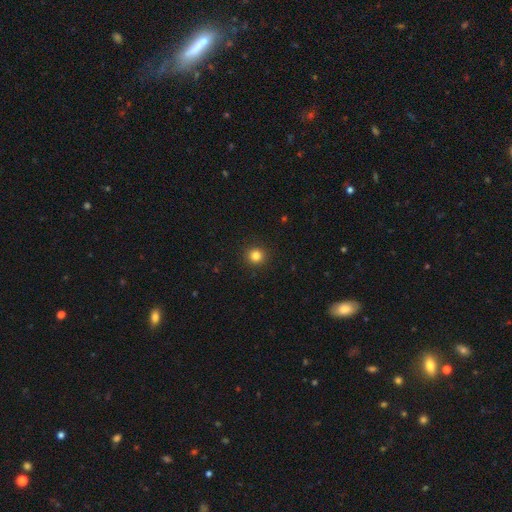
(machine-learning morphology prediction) Smooth or featured?
  - smooth: 82% *
  - star or artifact: 13%
  - featured or disk: 5%
How rounded?
  - round: 94% *
  - in between: 5%
  - cigar-shaped: 1%
Merging?
  - none: 92% *
  - minor disturbance: 5%
  - major disturbance: 2%
  - merger: 1%